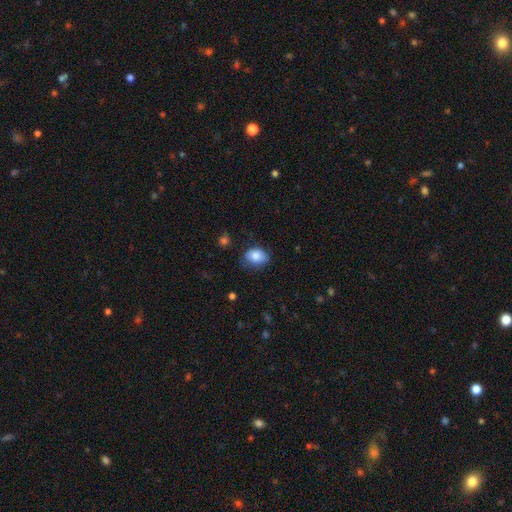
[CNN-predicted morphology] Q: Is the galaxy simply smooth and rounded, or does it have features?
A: smooth — 83%.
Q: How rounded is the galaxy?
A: in between — 72%.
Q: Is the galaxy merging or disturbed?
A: none — 65%.